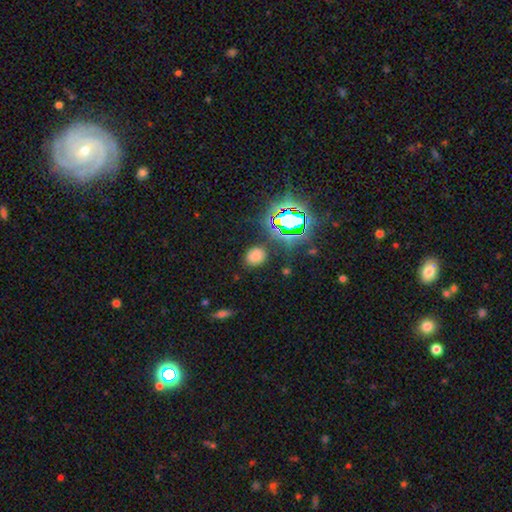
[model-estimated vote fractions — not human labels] Smooth or featured: smooth — 69% (star or artifact — 25%)
How rounded: round — 57% (in between — 42%)
Merging: none — 83% (minor disturbance — 11%)